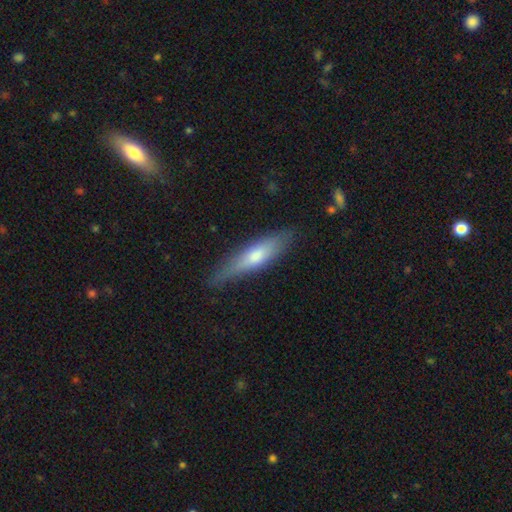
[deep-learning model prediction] A smooth galaxy with no disk features (58%) that is cigar-shaped (77%). Merging: none (78%).